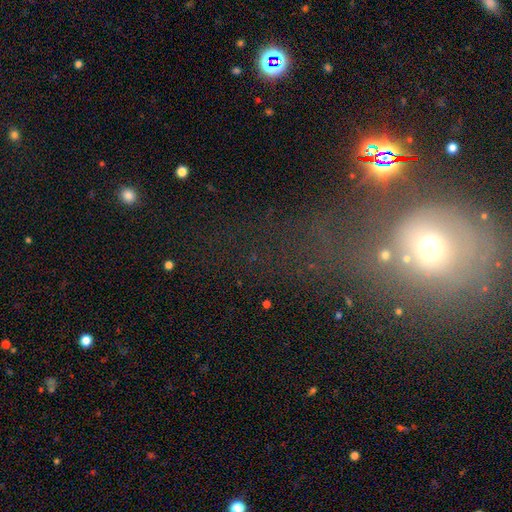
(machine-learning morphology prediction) smooth-or-featured: star or artifact: 45% | smooth: 37% | featured or disk: 18%